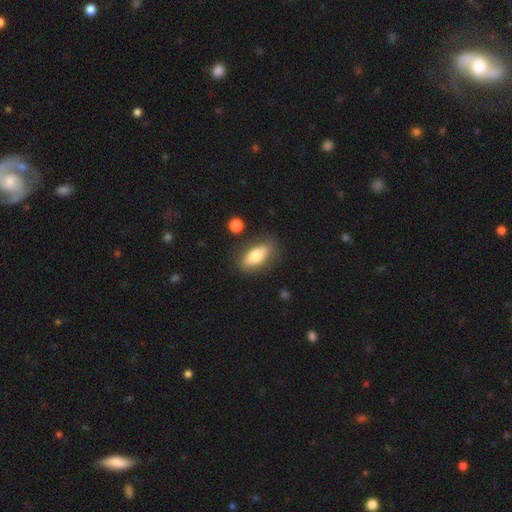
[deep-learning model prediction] Smooth or featured? Predicted: smooth (p=0.69). How rounded? Predicted: in between (p=0.79). Merging? Predicted: none (p=0.79).